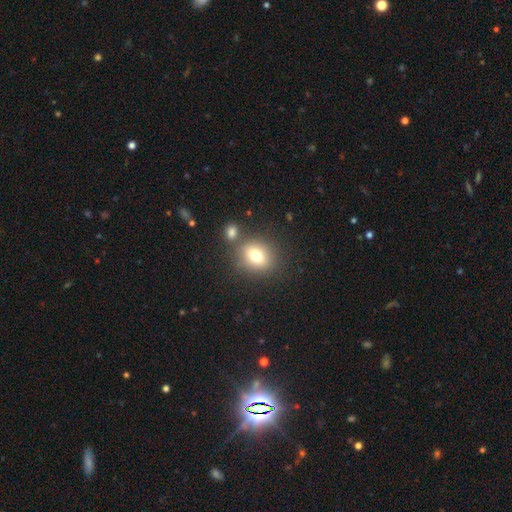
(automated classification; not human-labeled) This is likely a smooth galaxy (75%). How rounded: possibly round (58%). Merging: likely none (69%).